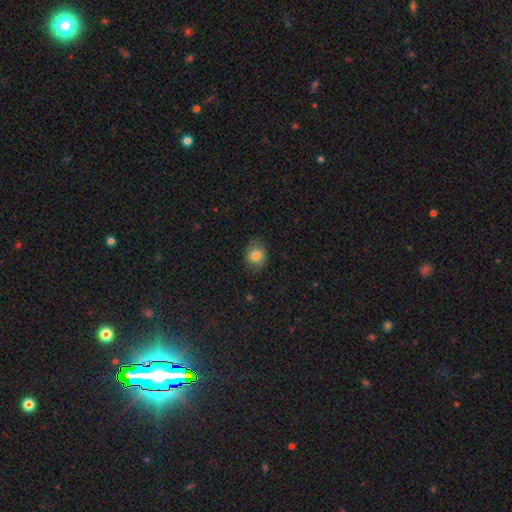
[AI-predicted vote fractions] Smooth or featured? Predicted: smooth (p=0.77). How rounded? Predicted: round (p=0.58). Merging? Predicted: none (p=0.74).